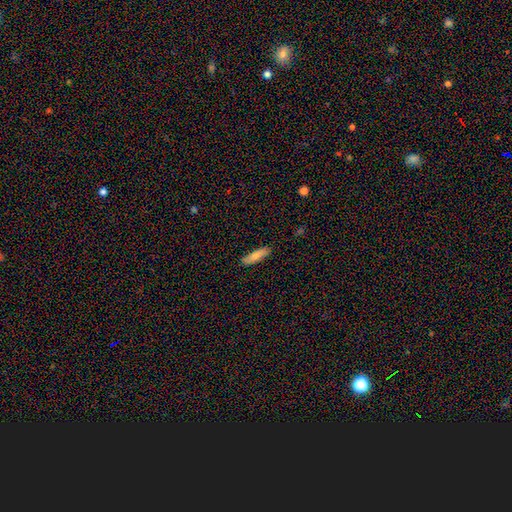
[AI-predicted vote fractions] A smooth galaxy with no disk features (80%) that is cigar-shaped (62%). Merging: none (87%).